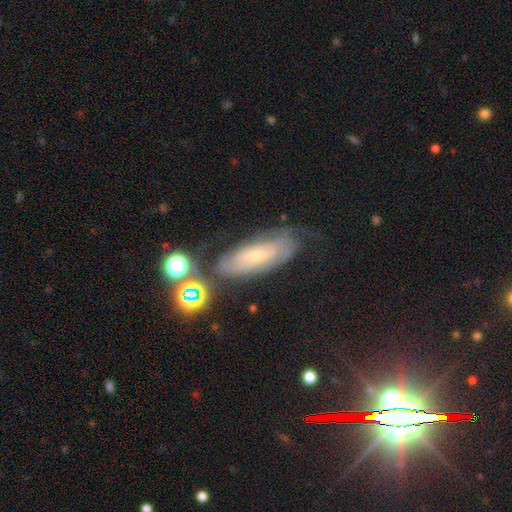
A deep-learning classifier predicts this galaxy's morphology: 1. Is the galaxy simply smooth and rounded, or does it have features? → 62% featured or disk, 25% smooth, 12% star or artifact.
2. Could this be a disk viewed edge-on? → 83% no, 17% yes.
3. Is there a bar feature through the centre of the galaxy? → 67% no, 25% weak, 8% strong.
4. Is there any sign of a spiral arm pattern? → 78% yes, 22% no.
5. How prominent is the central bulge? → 72% small, 23% moderate, 2% none, 2% large, 1% dominant.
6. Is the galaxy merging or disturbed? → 61% none, 23% minor disturbance, 11% major disturbance, 5% merger.